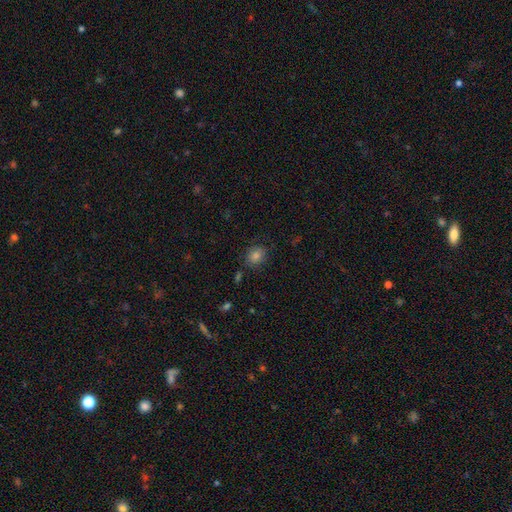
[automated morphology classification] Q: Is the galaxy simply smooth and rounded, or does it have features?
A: smooth — 75%.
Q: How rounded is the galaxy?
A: round — 62%.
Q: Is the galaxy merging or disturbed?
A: none — 81%.